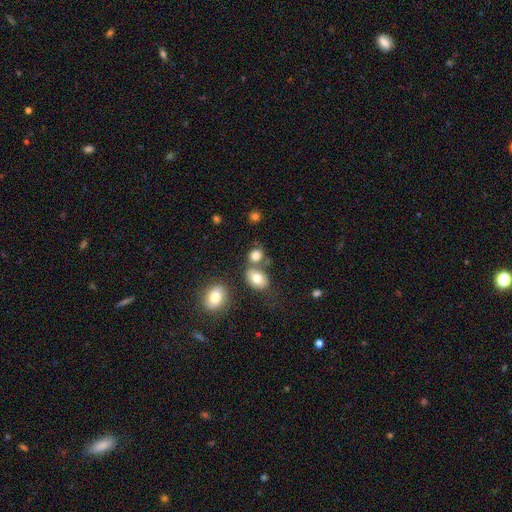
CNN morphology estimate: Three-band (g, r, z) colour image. It shows a smooth galaxy with no disk features (79%) that is in between round and cigar-shaped (52%). Merging: none (55%).